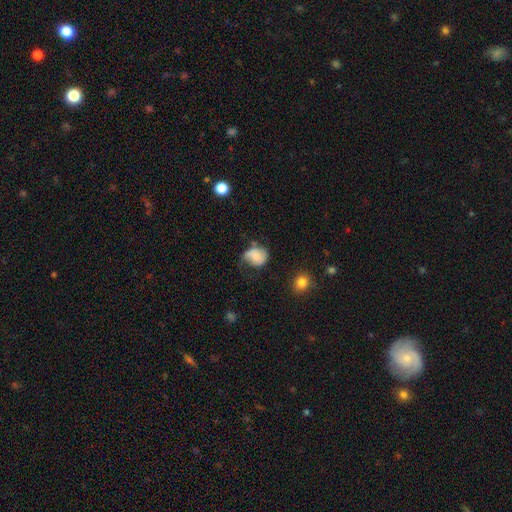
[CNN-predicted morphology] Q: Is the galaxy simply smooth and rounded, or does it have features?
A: smooth — 58%.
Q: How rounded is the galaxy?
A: round — 54%.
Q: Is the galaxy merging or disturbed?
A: minor disturbance — 39%.